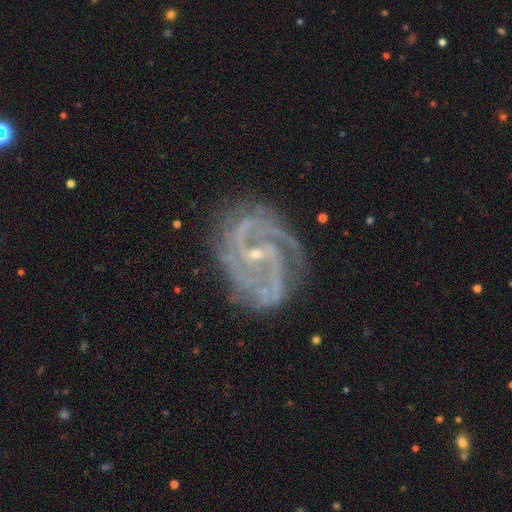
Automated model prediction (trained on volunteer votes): Smooth or featured?
  - featured or disk: 90% *
  - star or artifact: 7%
  - smooth: 3%
Edge-on disk?
  - no: 98% *
  - yes: 2%
Bar?
  - no: 44% *
  - weak: 39%
  - strong: 17%
Spiral arms?
  - yes: 98% *
  - no: 2%
Spiral winding?
  - medium: 50% *
  - tight: 37%
  - loose: 13%
Spiral arm count?
  - 2: 46% *
  - 3: 21%
  - can't tell: 11%
  - 4: 8%
  - more than 4: 6%
  - 1: 6%
Bulge size?
  - small: 84% *
  - moderate: 12%
  - none: 2%
  - large: 1%
  - dominant: 1%
Merging?
  - none: 71% *
  - minor disturbance: 19%
  - major disturbance: 8%
  - merger: 2%